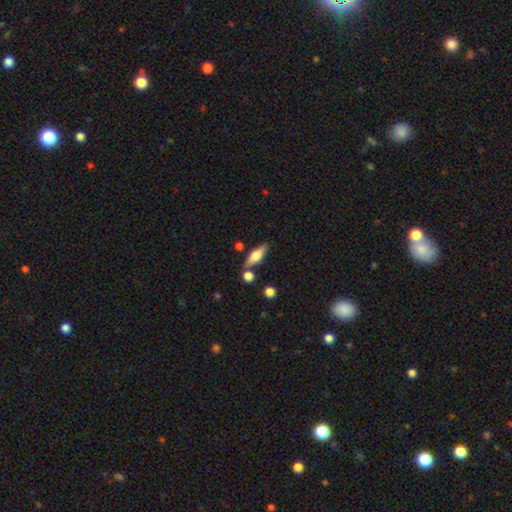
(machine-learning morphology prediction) smooth 52%, featured or disk 41%, star or artifact 8%. Down the decision tree: how rounded — in between (52%); merging — none (75%).